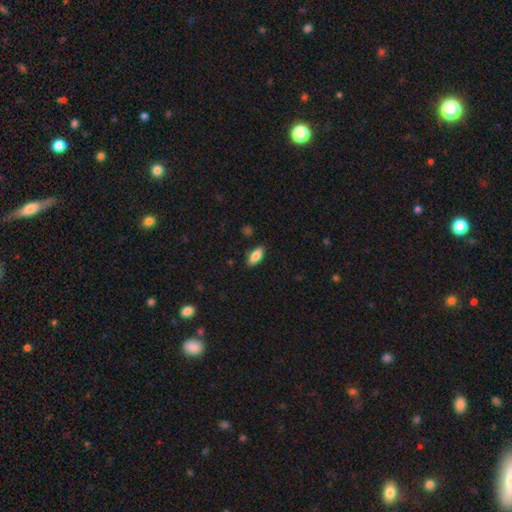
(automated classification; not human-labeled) This appears to be a smooth galaxy with no disk features (83%) that is in between round and cigar-shaped (83%). Merging: none (86%).